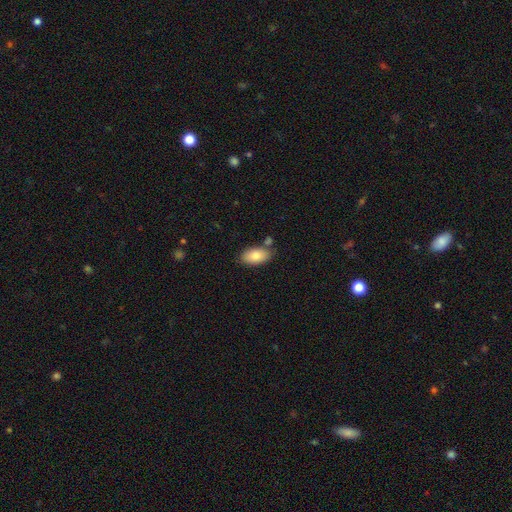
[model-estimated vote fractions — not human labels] Q: Smooth or featured?
A: smooth (83%); runner-up: featured or disk (10%)
Q: How rounded?
A: in between (94%); runner-up: round (3%)
Q: Merging?
A: none (74%); runner-up: minor disturbance (14%)